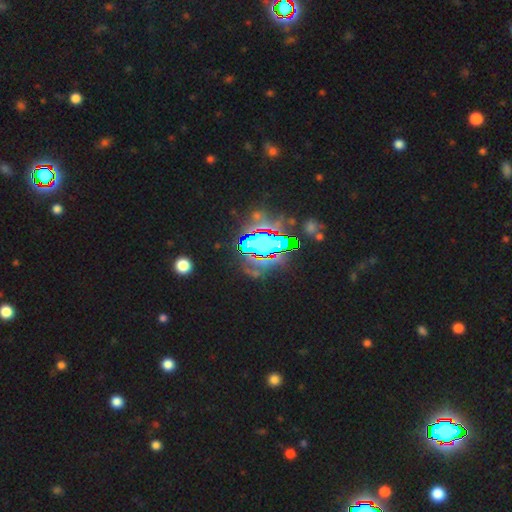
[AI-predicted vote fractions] Overall: star or artifact (82%).